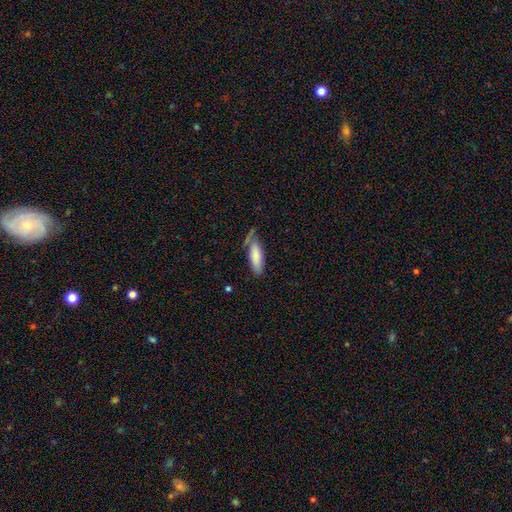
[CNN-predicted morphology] This appears to be a smooth galaxy with no disk features (82%) that is cigar-shaped (50%). Merging: none (60%).